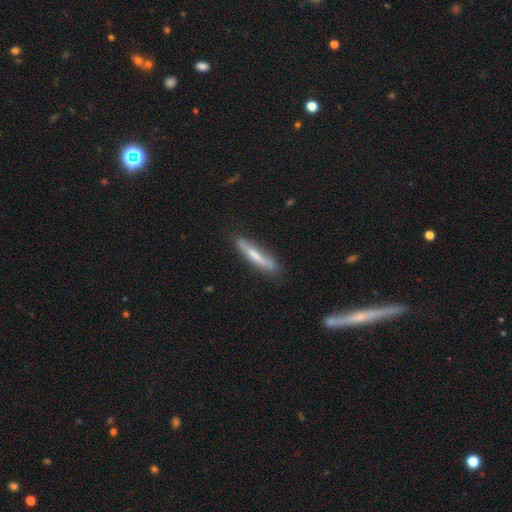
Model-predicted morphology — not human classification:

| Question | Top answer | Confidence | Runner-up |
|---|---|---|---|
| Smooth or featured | smooth | 54% | featured or disk (40%) |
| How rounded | cigar-shaped | 90% | in between (9%) |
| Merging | none | 74% | minor disturbance (19%) |